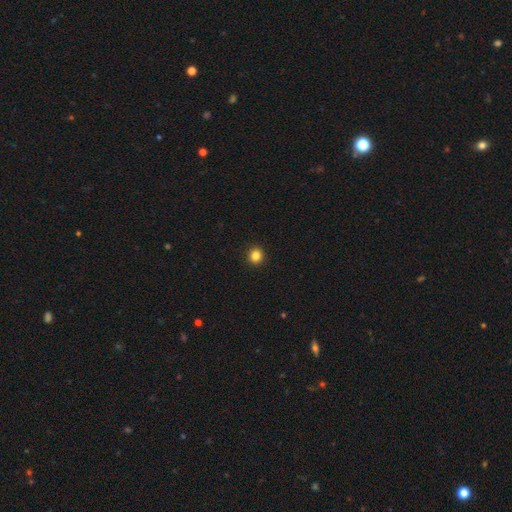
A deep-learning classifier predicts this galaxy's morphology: Smooth or featured? smooth (84%)
How rounded? round (89%)
Merging? none (93%)